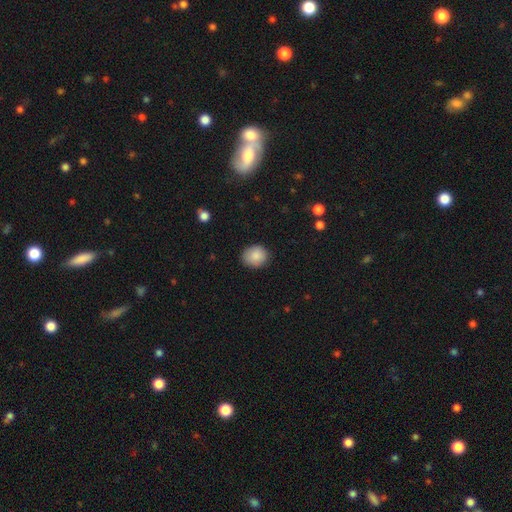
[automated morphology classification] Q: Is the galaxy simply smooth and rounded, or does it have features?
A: smooth — 87%.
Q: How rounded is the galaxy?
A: round — 62%.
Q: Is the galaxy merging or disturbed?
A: none — 85%.